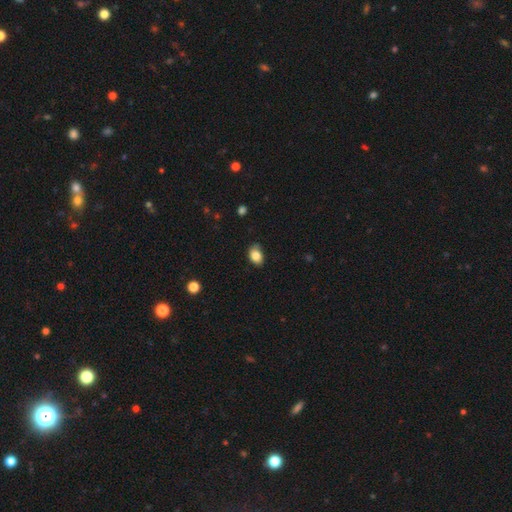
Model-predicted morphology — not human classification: Smooth or featured: smooth — 83% (star or artifact — 9%)
How rounded: in between — 81% (round — 18%)
Merging: none — 70% (minor disturbance — 24%)